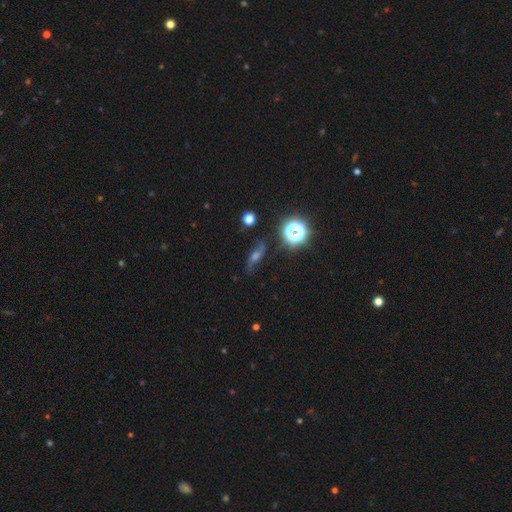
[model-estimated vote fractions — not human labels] smooth_or_featured: featured or disk (p=0.54) [alt: star or artifact p=0.26]
disk_edge_on: no (p=0.73) [alt: yes p=0.27]
merging: none (p=0.80) [alt: minor disturbance p=0.13]